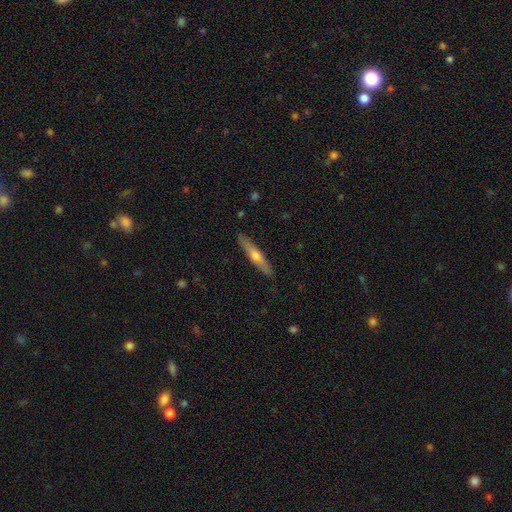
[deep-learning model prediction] Smooth or featured? Predicted: smooth (p=0.48). Merging? Predicted: none (p=0.89).